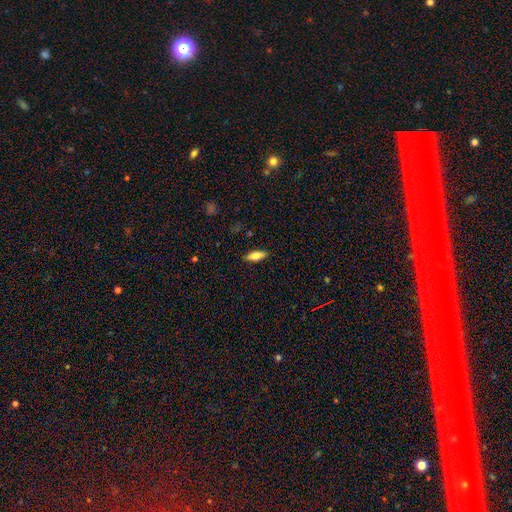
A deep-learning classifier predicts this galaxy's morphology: A smooth galaxy with no disk features (75%) that is in between round and cigar-shaped (67%).

Vote fractions:
- Smooth or featured? smooth: 75% / featured or disk: 18% / star or artifact: 7%
- How rounded? in between: 67% / cigar-shaped: 30% / round: 2%
- Merging? none: 88% / minor disturbance: 9% / major disturbance: 2% / merger: 1%